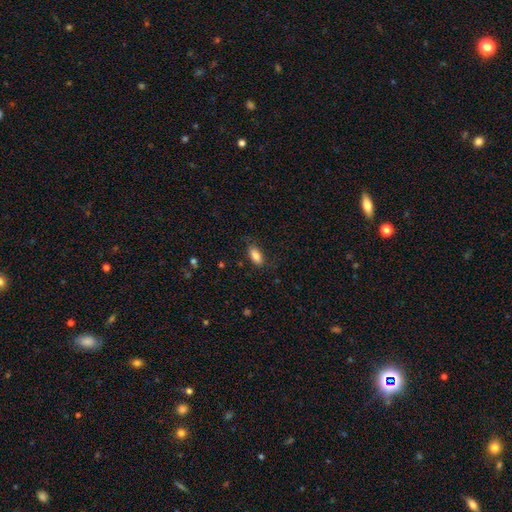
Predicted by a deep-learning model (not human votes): A smooth galaxy with no disk features (84%) that is in between round and cigar-shaped (88%). Merging: none (77%).